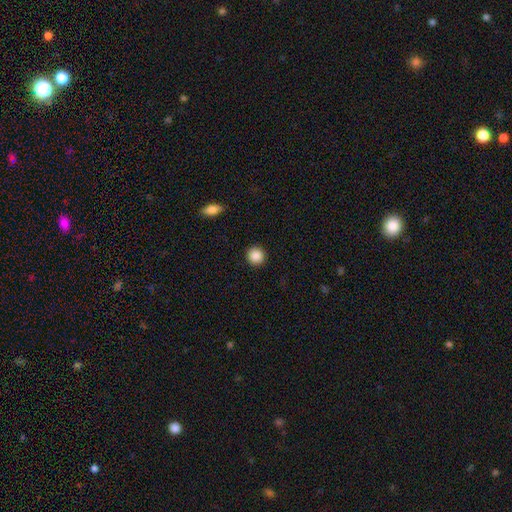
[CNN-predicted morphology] This is clearly a smooth galaxy (88%). How rounded: clearly round (94%). Merging: clearly none (92%).